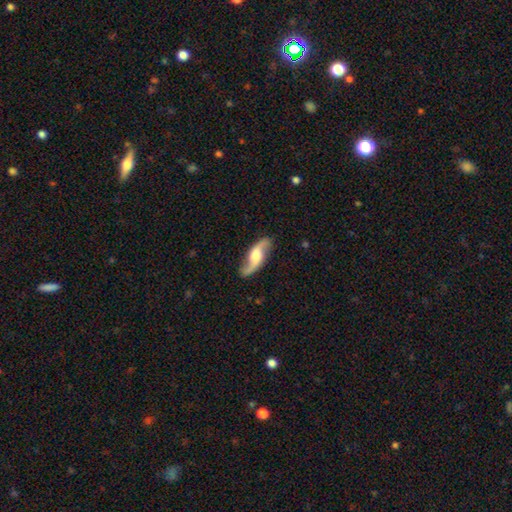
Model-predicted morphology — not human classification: featured or disk 83%, smooth 12%, star or artifact 5%. Down the decision tree: edge-on disk — no (90%); bar — no (53%); spiral arms — yes (96%); spiral arm count — 2 (94%); spiral winding — loose (72%); bulge size — moderate (50%); merging — none (84%).